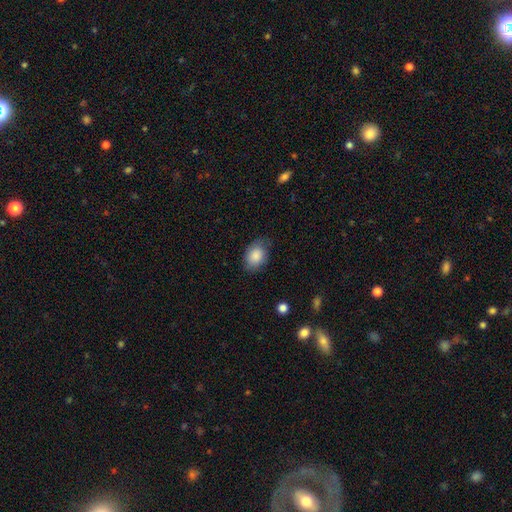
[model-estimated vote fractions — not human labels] smooth-or-featured: smooth: 84% | featured or disk: 9% | star or artifact: 7%
  how-rounded: in between: 78% | round: 21% | cigar-shaped: 1%
  merging: none: 70% | minor disturbance: 23% | major disturbance: 6% | merger: 1%